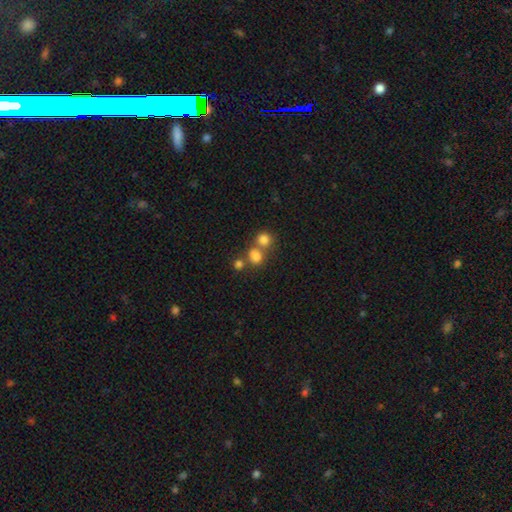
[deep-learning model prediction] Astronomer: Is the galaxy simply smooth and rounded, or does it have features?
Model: smooth — 76%.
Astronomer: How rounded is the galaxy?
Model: round — 65%.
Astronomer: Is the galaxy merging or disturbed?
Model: merger — 45% (runner-up: none, 42%).